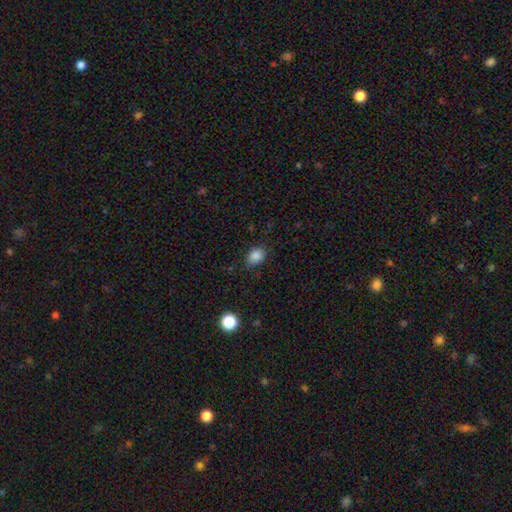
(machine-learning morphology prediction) This appears to be a smooth galaxy with no disk features (85%) that is in between round and cigar-shaped (57%). Merging: none (77%).